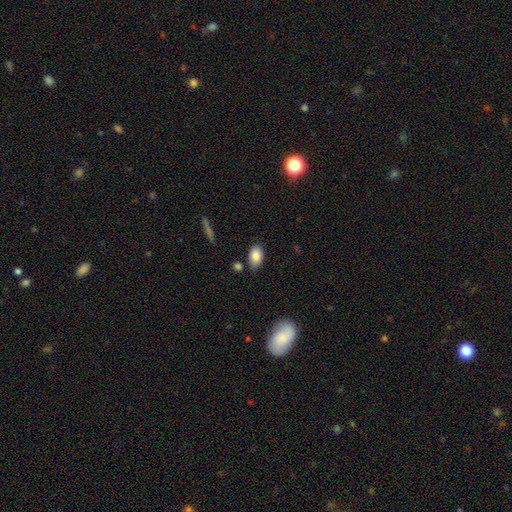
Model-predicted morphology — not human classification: This appears to be a smooth galaxy with no disk features (85%) that is in between round and cigar-shaped (92%). Merging: none (76%).